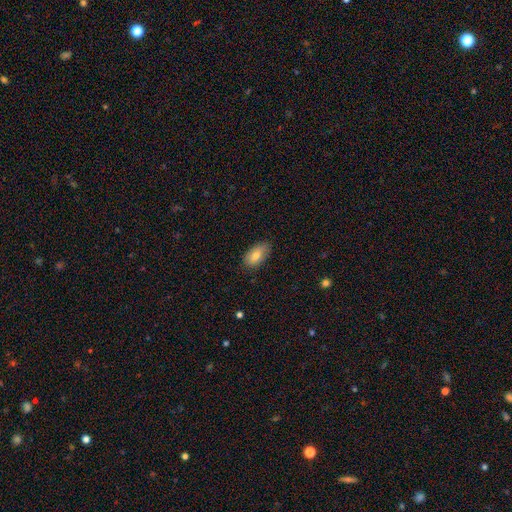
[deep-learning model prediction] The model was most divided on "smooth or featured": smooth: 78%, featured or disk: 15%, star or artifact: 7%. More confident: how rounded — in between (92%); merging — none (84%).